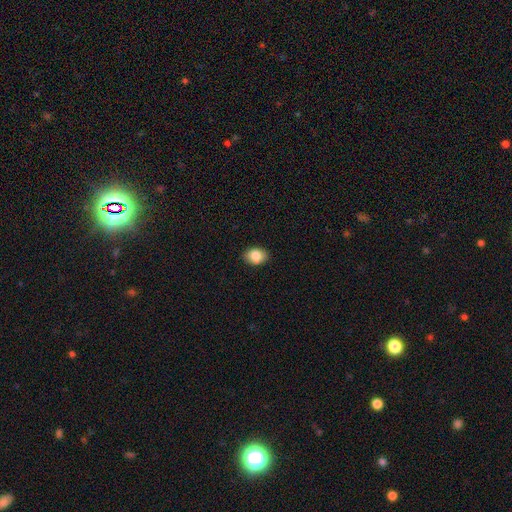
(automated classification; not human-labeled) This is clearly a smooth galaxy (85%). How rounded: likely in between (71%). Merging: clearly none (88%).